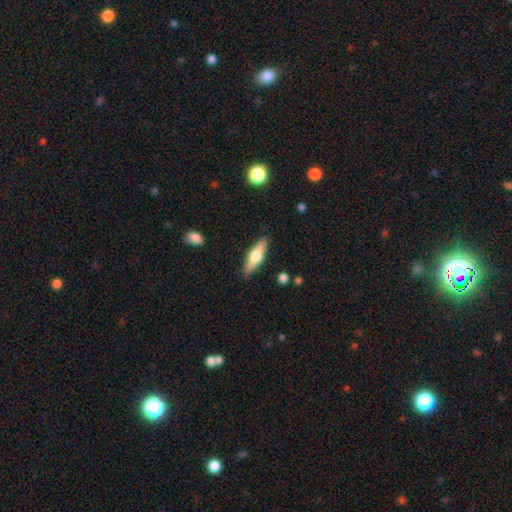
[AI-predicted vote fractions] A featured or disk galaxy (51%) viewed edge-on (94%). Merging: none (88%).